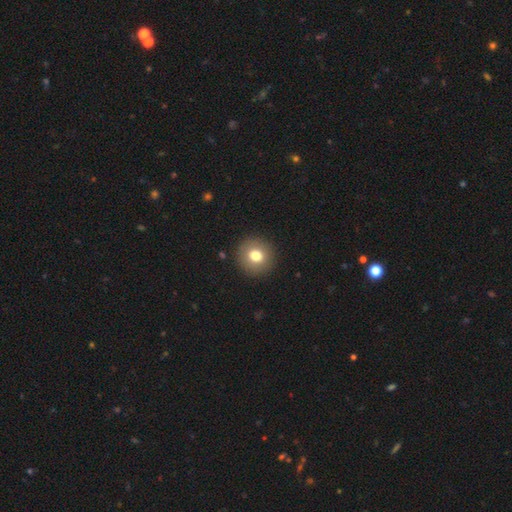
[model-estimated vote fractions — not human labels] Morphology: type=smooth (76%); roundness=round (91%); merging=none (91%).